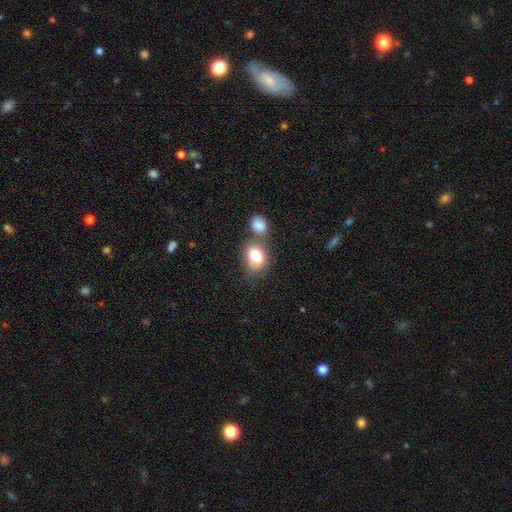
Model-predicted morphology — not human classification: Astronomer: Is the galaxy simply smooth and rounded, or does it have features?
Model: smooth — 78%.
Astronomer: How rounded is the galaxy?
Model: in between — 67%.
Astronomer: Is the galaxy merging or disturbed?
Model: none — 49% (runner-up: merger, 30%).